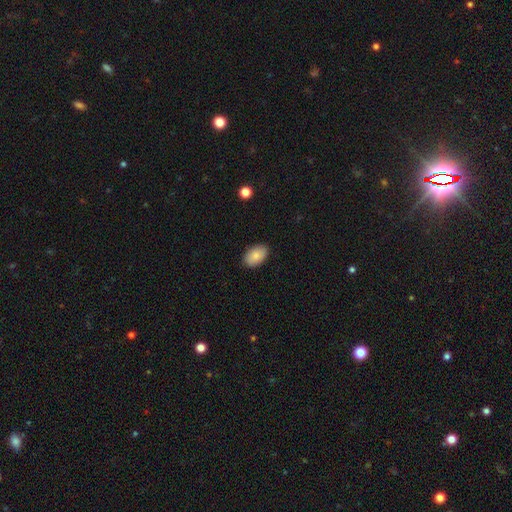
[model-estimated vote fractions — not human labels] This is clearly a smooth galaxy (85%). How rounded: clearly in between (92%). Merging: clearly none (89%).